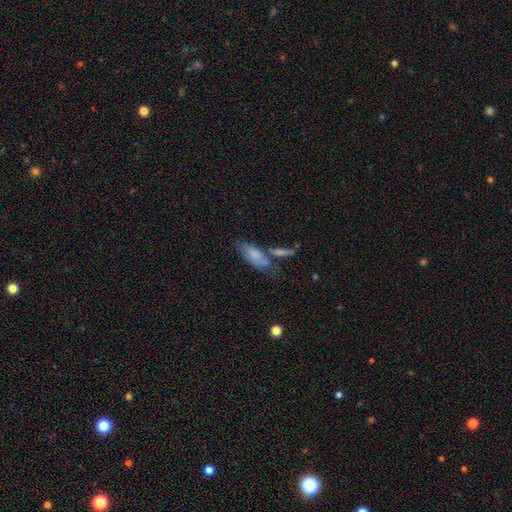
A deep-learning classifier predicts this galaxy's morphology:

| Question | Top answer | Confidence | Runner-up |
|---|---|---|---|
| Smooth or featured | smooth | 72% | featured or disk (20%) |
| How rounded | in between | 74% | cigar-shaped (23%) |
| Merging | none | 43% | merger (30%) |